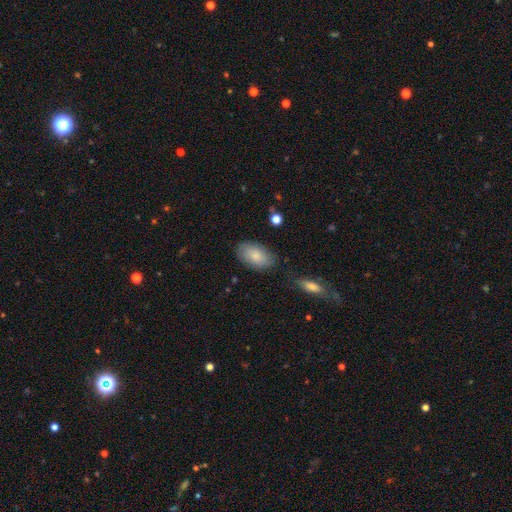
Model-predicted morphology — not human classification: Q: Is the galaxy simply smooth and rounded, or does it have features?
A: smooth — 82%.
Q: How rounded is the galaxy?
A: in between — 93%.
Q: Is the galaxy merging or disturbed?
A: none — 77%.